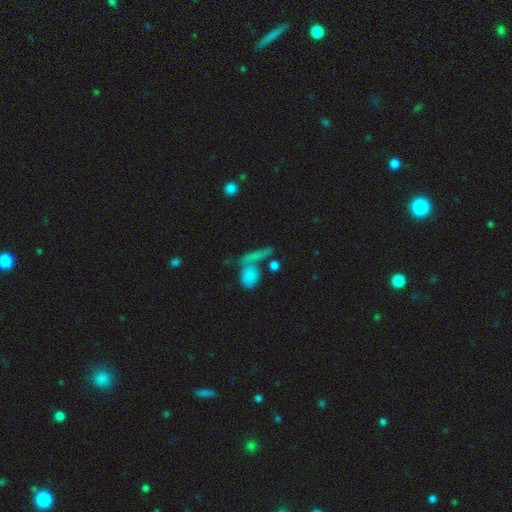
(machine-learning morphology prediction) Overall: smooth (58%; featured or disk 22%). How rounded: round (48%; cigar-shaped 27%). Merging: none (47%; merger 30%).